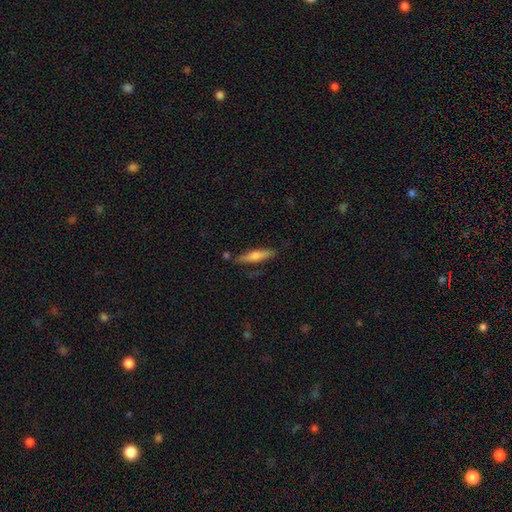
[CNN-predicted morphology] smooth-or-featured: smooth: 59% | featured or disk: 35% | star or artifact: 6%
  how-rounded: cigar-shaped: 84% | in between: 14% | round: 2%
  merging: none: 80% | minor disturbance: 13% | merger: 4% | major disturbance: 3%